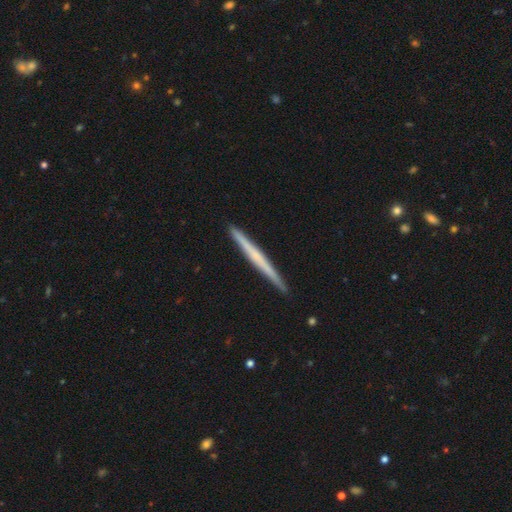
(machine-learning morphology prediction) This appears to be a featured or disk galaxy (55%) viewed edge-on (98%) with no central bulge (78%). Merging: none (92%).